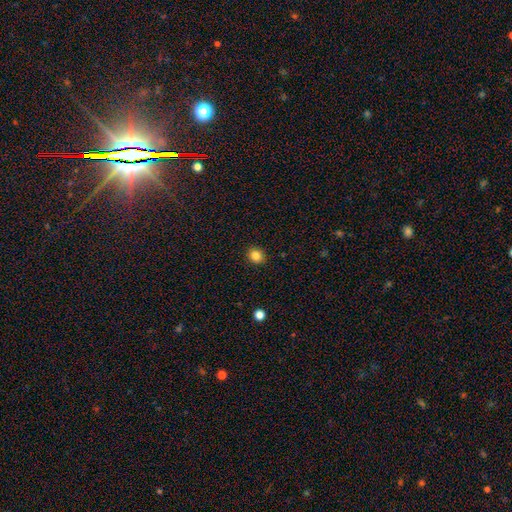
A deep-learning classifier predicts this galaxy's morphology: A smooth galaxy with no disk features (84%) that is round (80%).

Vote fractions:
- Smooth or featured? smooth: 84% / star or artifact: 12% / featured or disk: 5%
- How rounded? round: 80% / in between: 19% / cigar-shaped: 1%
- Merging? none: 92% / minor disturbance: 5% / major disturbance: 2% / merger: 1%